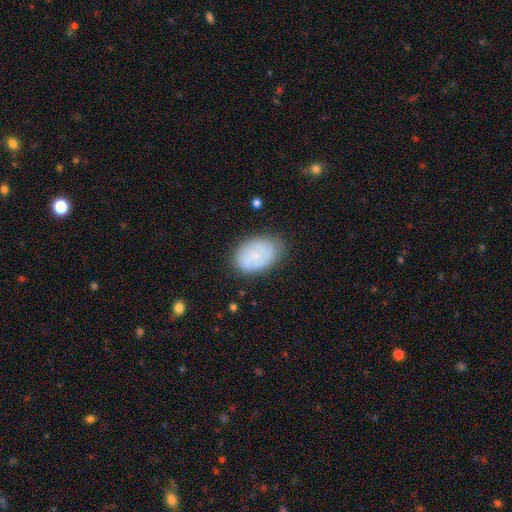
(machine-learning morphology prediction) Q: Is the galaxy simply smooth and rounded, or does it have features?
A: smooth — 62%.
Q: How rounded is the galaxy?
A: in between — 85%.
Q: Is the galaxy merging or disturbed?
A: none — 75%.